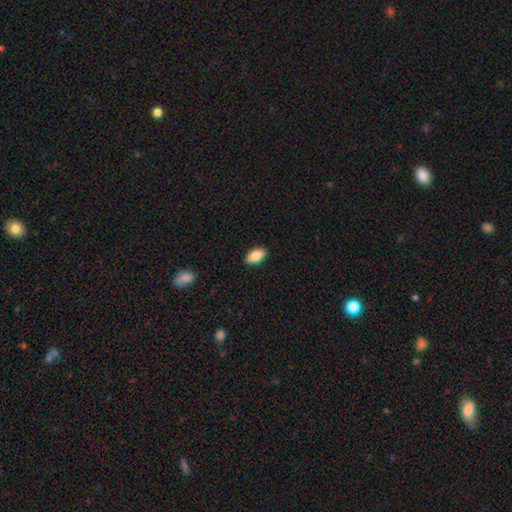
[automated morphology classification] A smooth galaxy with no disk features (87%) that is in between round and cigar-shaped (93%). Merging: none (88%).